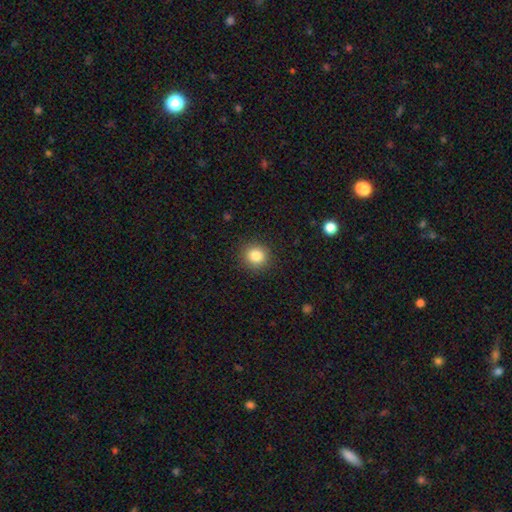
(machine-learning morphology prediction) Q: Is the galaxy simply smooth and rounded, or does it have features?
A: smooth — 84%.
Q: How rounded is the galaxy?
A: round — 88%.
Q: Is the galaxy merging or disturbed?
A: none — 90%.